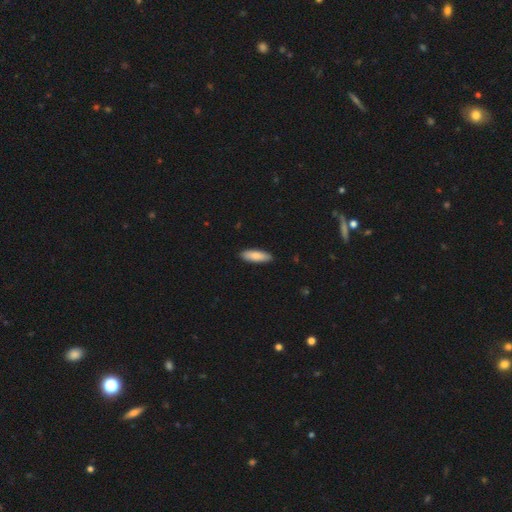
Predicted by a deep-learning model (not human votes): Smooth or featured: smooth — 84% (featured or disk — 11%)
How rounded: in between — 50% (cigar-shaped — 48%)
Merging: none — 89% (minor disturbance — 8%)